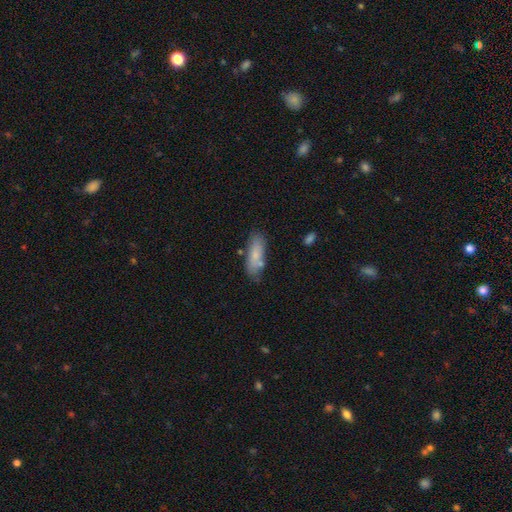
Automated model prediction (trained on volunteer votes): The model was most divided on "how rounded": in between: 59%, cigar-shaped: 39%, round: 2%. More confident: smooth or featured — smooth (76%); merging — none (69%).